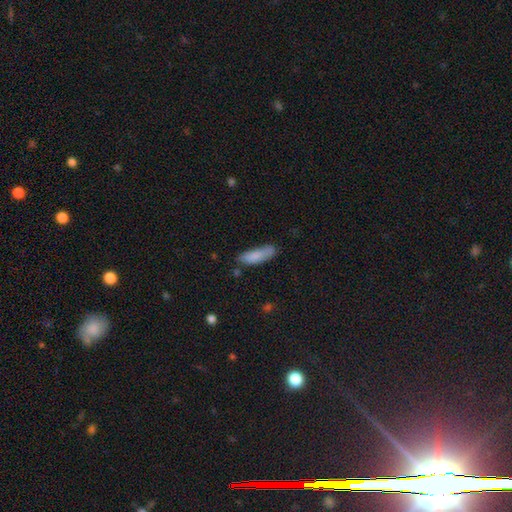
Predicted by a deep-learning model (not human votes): smooth 83%, featured or disk 9%, star or artifact 7%. Down the decision tree: how rounded — cigar-shaped (50%); merging — none (62%).